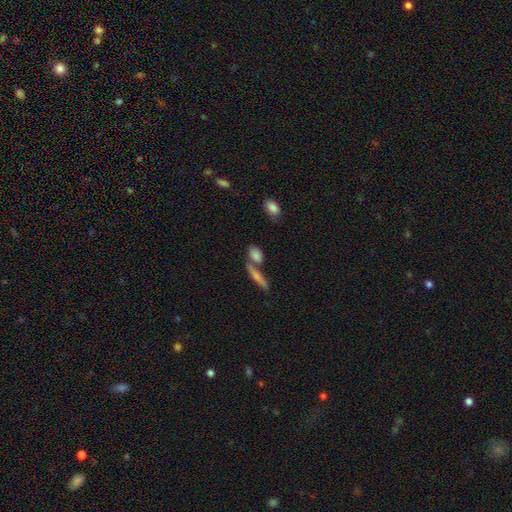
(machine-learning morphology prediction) A smooth galaxy with no disk features (74%) that is in between round and cigar-shaped (65%). Merging: none (53%).